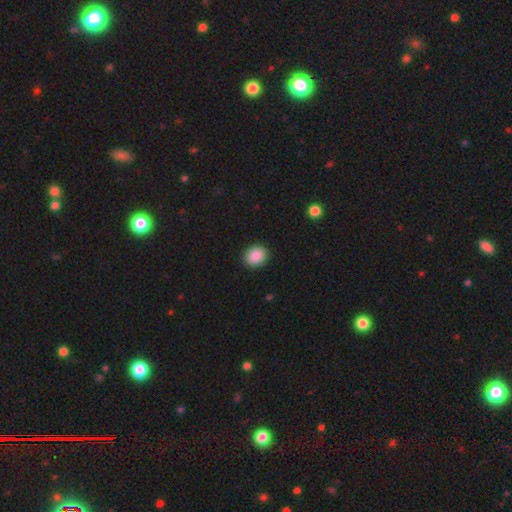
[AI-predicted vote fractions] Smooth or featured?
  - smooth: 90% *
  - star or artifact: 8%
  - featured or disk: 3%
How rounded?
  - round: 68% *
  - in between: 31%
  - cigar-shaped: 1%
Merging?
  - none: 90% *
  - minor disturbance: 7%
  - major disturbance: 2%
  - merger: 1%